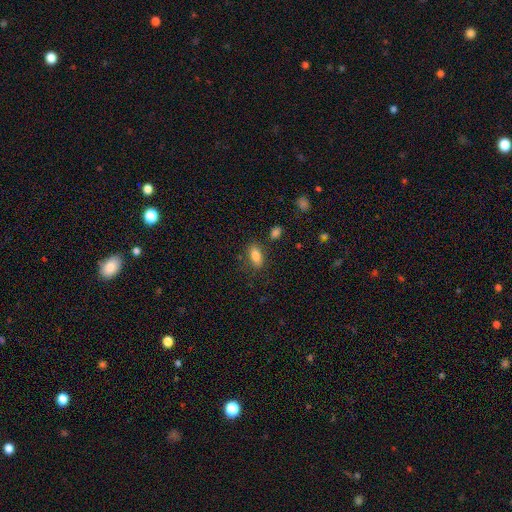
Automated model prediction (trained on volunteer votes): A smooth galaxy with no disk features (83%) that is in between round and cigar-shaped (85%).

Vote fractions:
- Smooth or featured? smooth: 83% / featured or disk: 8% / star or artifact: 8%
- How rounded? in between: 85% / cigar-shaped: 11% / round: 4%
- Merging? none: 79% / minor disturbance: 13% / merger: 4% / major disturbance: 4%